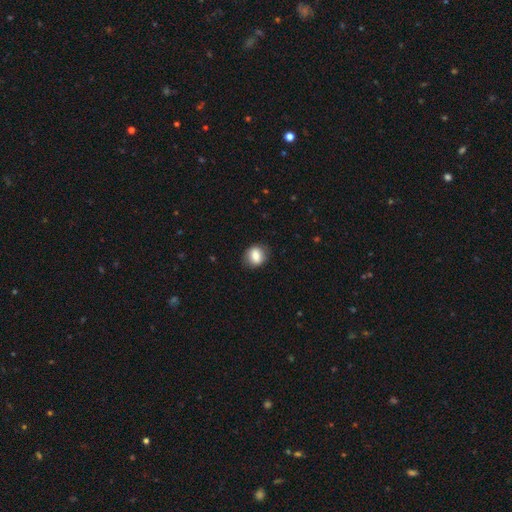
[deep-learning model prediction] This is likely a smooth galaxy (79%). How rounded: possibly round (58%). Merging: clearly none (83%).